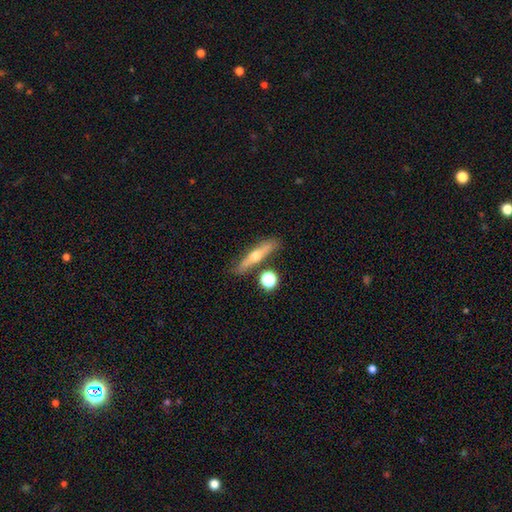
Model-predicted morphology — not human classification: A featured or disk galaxy (51%) viewed edge-on (88%).

Vote fractions:
- Smooth or featured? featured or disk: 51% / smooth: 42% / star or artifact: 8%
- Edge-on disk? yes: 88% / no: 12%
- Merging? none: 78% / minor disturbance: 12% / merger: 7% / major disturbance: 3%